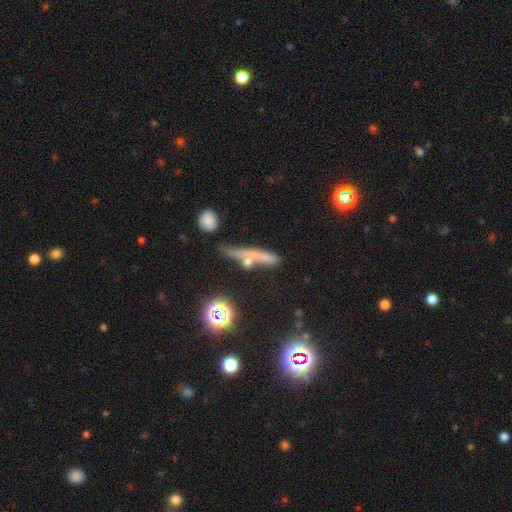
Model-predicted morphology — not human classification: This appears to be a smooth galaxy with no disk features (44%). Merging: none (54%).